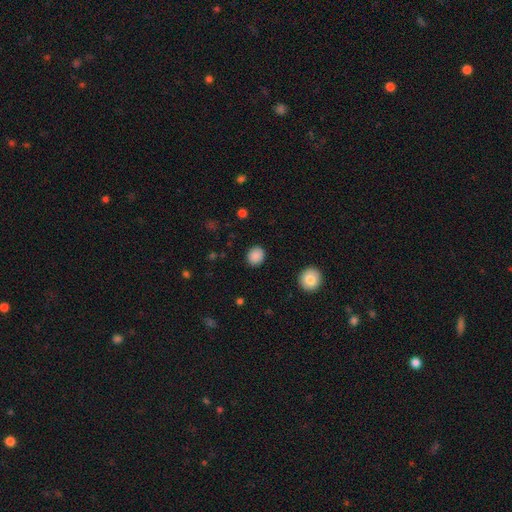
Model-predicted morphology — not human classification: smooth 88%, star or artifact 9%, featured or disk 3%. Down the decision tree: how rounded — round (74%); merging — none (89%).